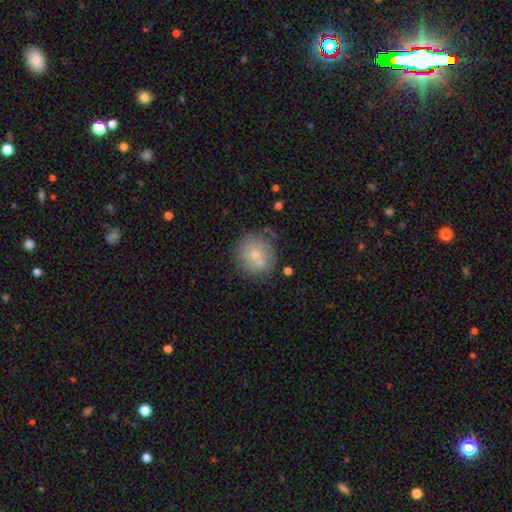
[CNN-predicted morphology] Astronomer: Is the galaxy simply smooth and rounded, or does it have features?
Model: smooth — 70%.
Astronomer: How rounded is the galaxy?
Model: round — 91%.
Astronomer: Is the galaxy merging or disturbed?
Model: none — 63%.